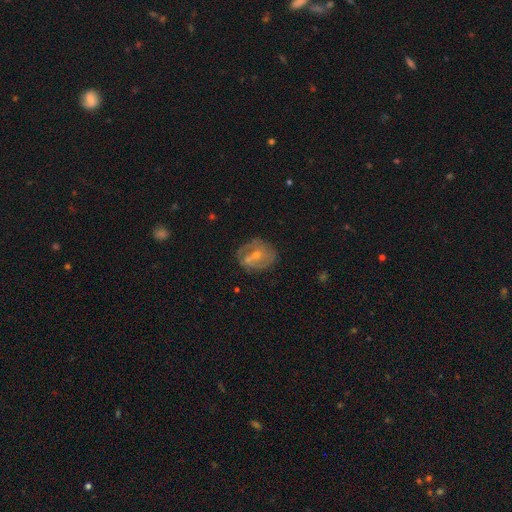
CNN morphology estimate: A featured or disk galaxy (65%) with no bar (44%), spiral arms (68%) and a small central bulge (51%).

Vote fractions:
- Smooth or featured? featured or disk: 65% / smooth: 24% / star or artifact: 11%
- Edge-on disk? no: 96% / yes: 4%
- Bar? no: 44% / weak: 41% / strong: 15%
- Spiral arms? yes: 68% / no: 32%
- Bulge size? small: 51% / moderate: 44% / none: 2% / large: 1% / dominant: 1%
- Merging? none: 71% / minor disturbance: 19% / major disturbance: 7% / merger: 3%